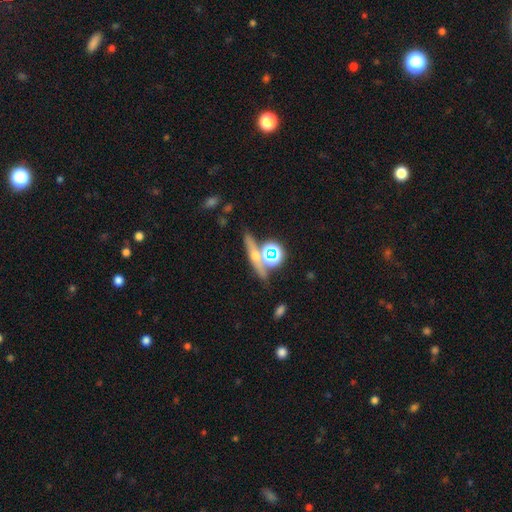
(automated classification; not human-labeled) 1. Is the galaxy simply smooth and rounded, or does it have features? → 36% featured or disk, 34% smooth, 30% star or artifact.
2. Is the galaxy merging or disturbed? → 70% none, 15% merger, 11% minor disturbance, 5% major disturbance.